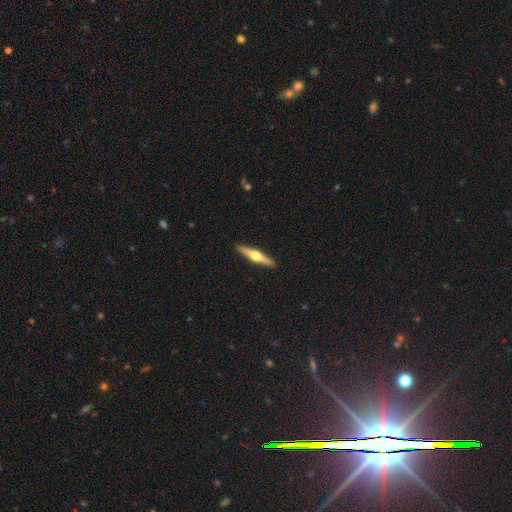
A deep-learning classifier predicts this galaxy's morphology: The model was most divided on "smooth or featured": featured or disk: 64%, smooth: 31%, star or artifact: 5%. More confident: edge-on disk — yes (97%); edge-on bulge — rounded (94%); merging — none (92%).